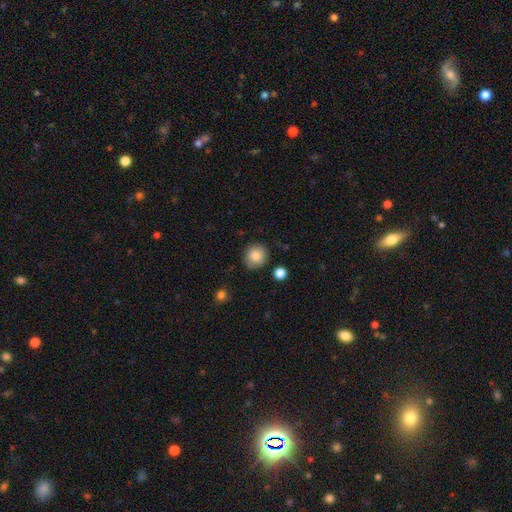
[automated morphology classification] Overall: smooth (83%). How rounded: round (88%). Merging: none (86%).